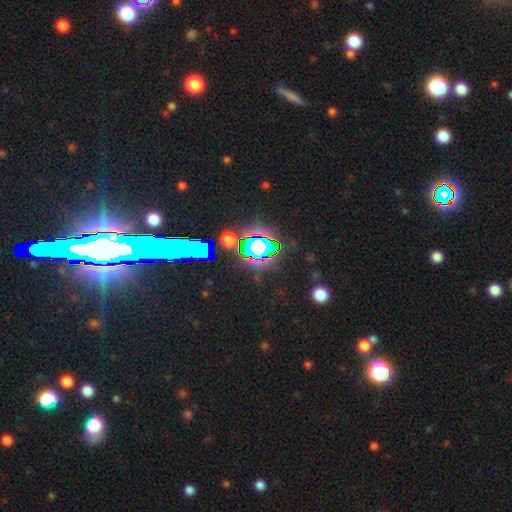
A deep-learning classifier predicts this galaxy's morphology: This appears to be a star or artifact, not a galaxy (70%).